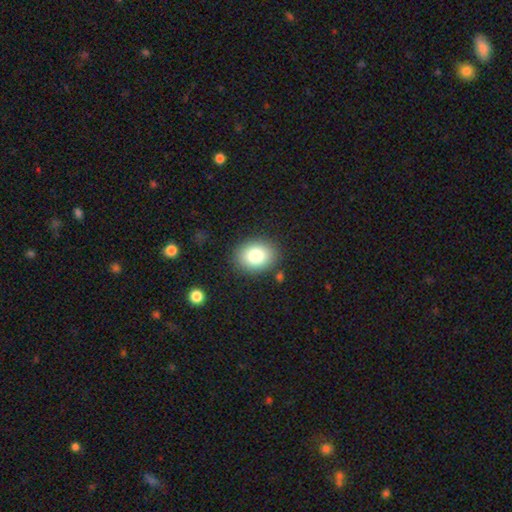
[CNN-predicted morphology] Smooth or featured? Predicted: smooth (p=0.80). How rounded? Predicted: in between (p=0.51). Merging? Predicted: none (p=0.86).